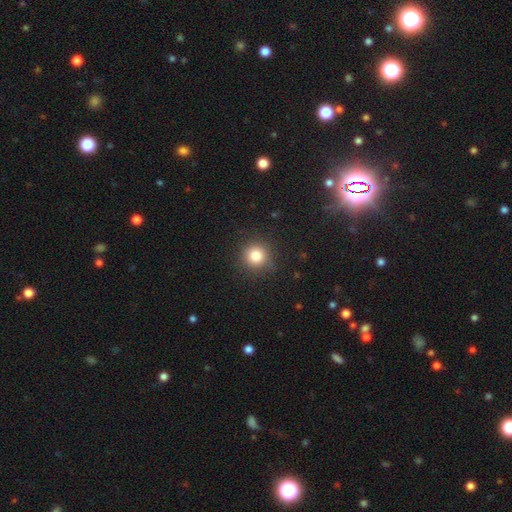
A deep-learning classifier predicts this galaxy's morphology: This appears to be a smooth galaxy with no disk features (83%) that is round (94%). Merging: none (87%).